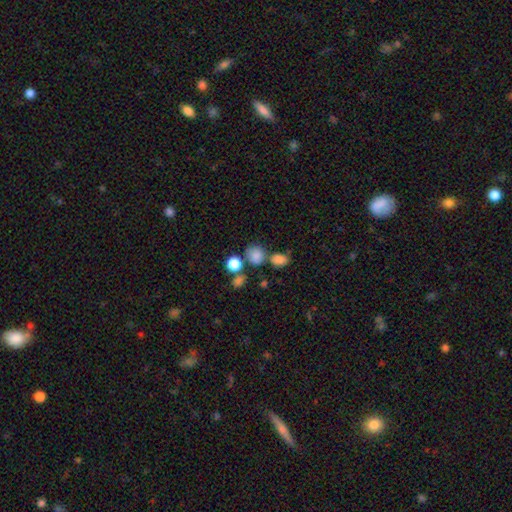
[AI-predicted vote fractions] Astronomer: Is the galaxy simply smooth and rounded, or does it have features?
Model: smooth — 81%.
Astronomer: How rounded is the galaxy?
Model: round — 70%.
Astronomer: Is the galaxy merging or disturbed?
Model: none — 59%.